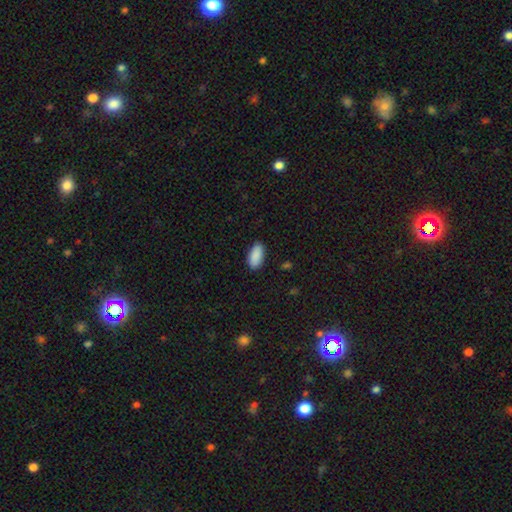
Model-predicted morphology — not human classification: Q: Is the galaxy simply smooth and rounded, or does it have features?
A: smooth — 90%.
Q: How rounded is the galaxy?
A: in between — 93%.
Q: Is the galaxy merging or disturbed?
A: none — 87%.